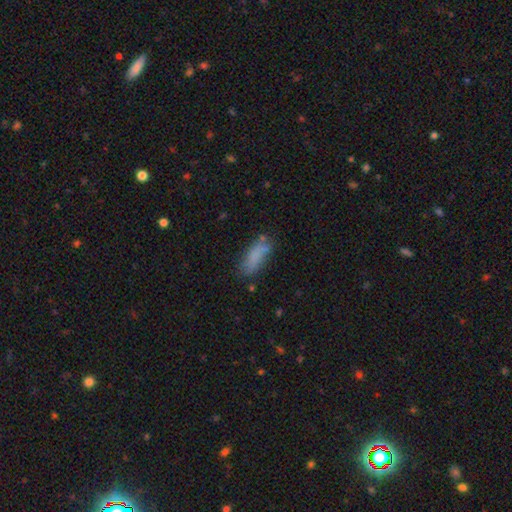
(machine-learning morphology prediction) type=smooth (79%); roundness=in between (65%); merging=none (62%).